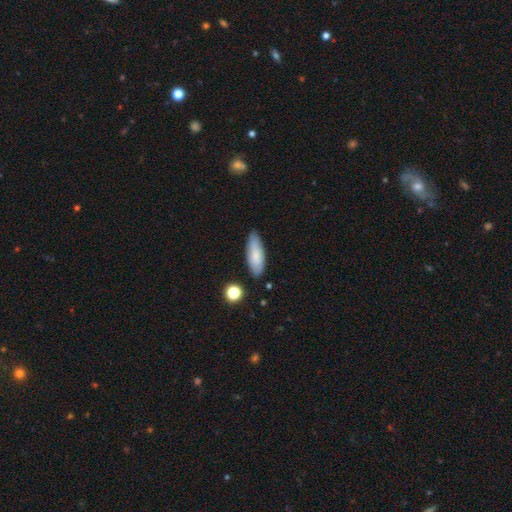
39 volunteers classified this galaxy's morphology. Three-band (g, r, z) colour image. It shows a smooth galaxy with no disk features (79%) that is in between round and cigar-shaped (74%). Merging: none (80%).